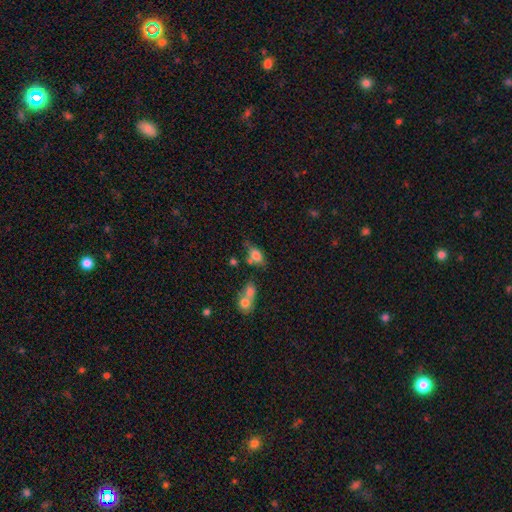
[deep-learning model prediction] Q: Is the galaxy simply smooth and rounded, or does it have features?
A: smooth — 75%.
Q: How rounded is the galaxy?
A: in between — 82%.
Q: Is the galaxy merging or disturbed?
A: none — 43%.